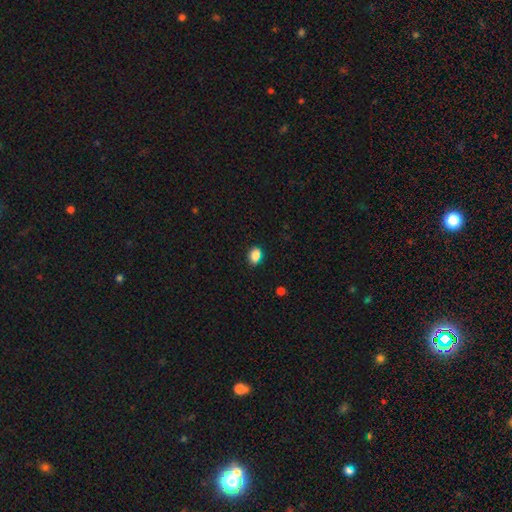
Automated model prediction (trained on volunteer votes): A smooth galaxy with no disk features (84%) that is in between round and cigar-shaped (67%).

Vote fractions:
- Smooth or featured? smooth: 84% / star or artifact: 11% / featured or disk: 5%
- How rounded? in between: 67% / round: 31% / cigar-shaped: 1%
- Merging? none: 77% / minor disturbance: 15% / merger: 5% / major disturbance: 3%